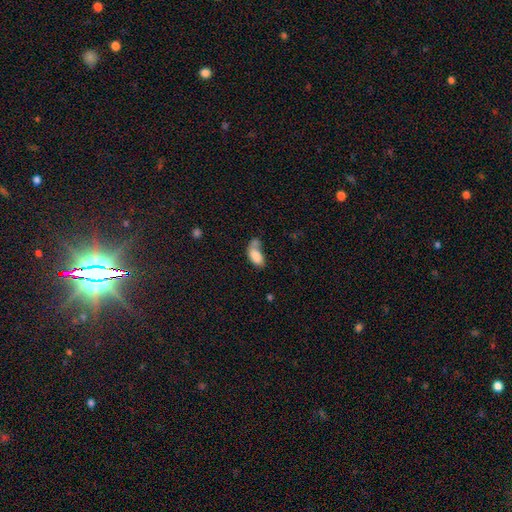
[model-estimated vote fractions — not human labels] The model was most divided on "merging": merger: 40%, none: 28%, minor disturbance: 18%, major disturbance: 14%. More confident: how rounded — in between (92%); smooth or featured — smooth (82%).